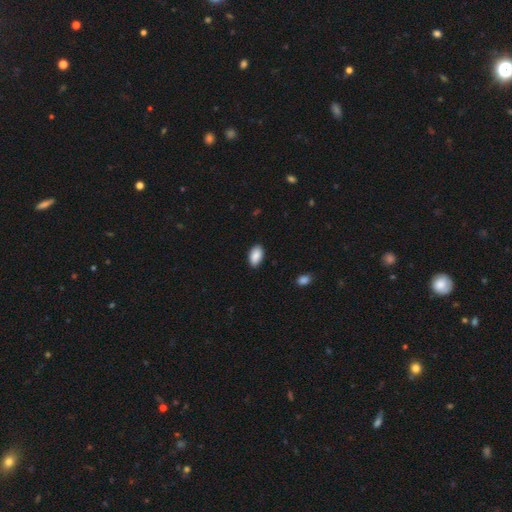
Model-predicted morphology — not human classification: Smooth or featured: smooth — 89% (star or artifact — 7%)
How rounded: in between — 94% (round — 4%)
Merging: none — 87% (minor disturbance — 10%)